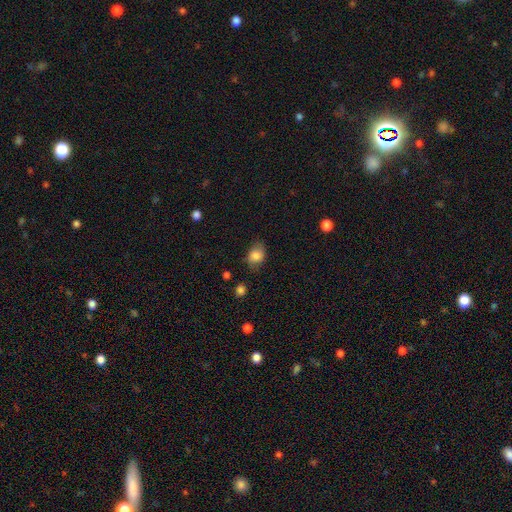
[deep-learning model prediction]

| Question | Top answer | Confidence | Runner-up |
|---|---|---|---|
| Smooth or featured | smooth | 80% | featured or disk (10%) |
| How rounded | in between | 61% | round (37%) |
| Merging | none | 66% | minor disturbance (25%) |